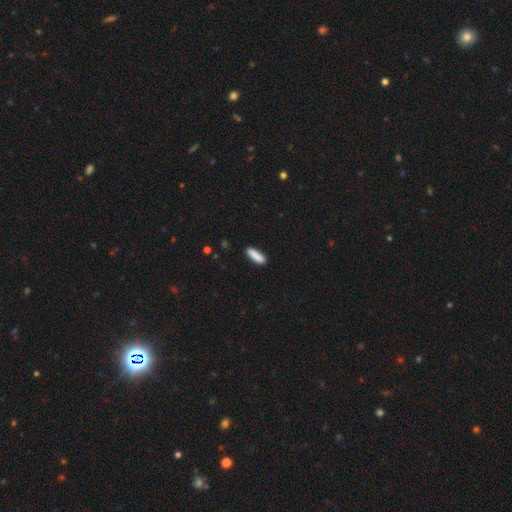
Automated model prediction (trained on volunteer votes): The model was most divided on "how rounded": cigar-shaped: 63%, in between: 35%, round: 2%. More confident: smooth or featured — smooth (88%); merging — none (87%).